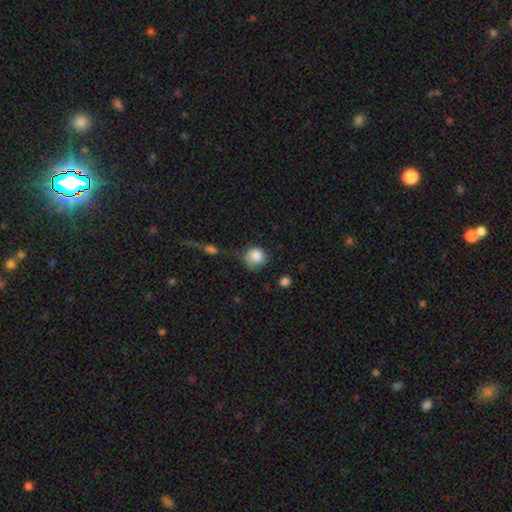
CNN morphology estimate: Overall: smooth (81%). How rounded: round (81%). Merging: none (41%; minor disturbance 31%).